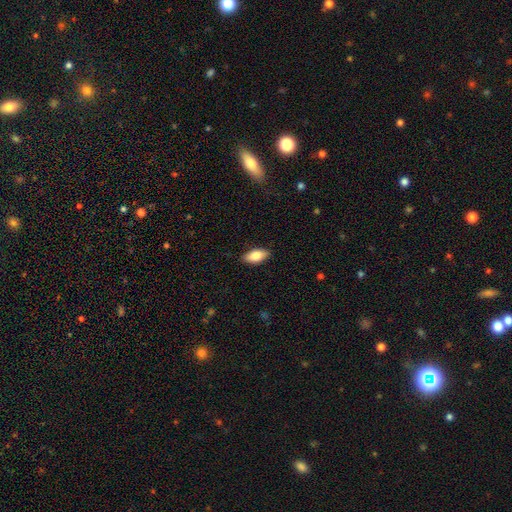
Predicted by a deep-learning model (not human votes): smooth 81%, featured or disk 12%, star or artifact 7%. Down the decision tree: how rounded — in between (88%); merging — none (87%).